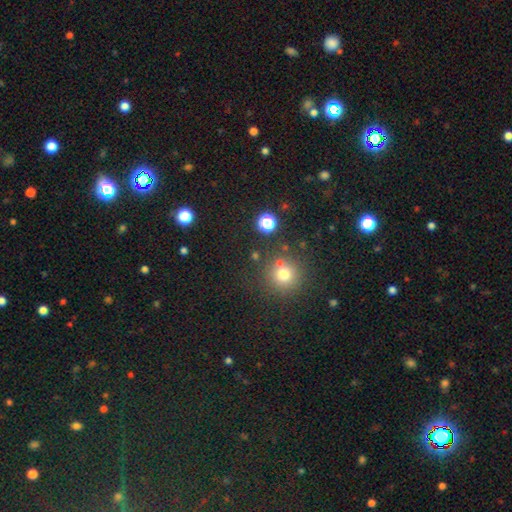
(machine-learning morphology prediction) smooth_or_featured: smooth (p=0.59) [alt: star or artifact p=0.33]
how_rounded: round (p=0.91) [alt: in between p=0.08]
merging: none (p=0.80) [alt: merger p=0.09]